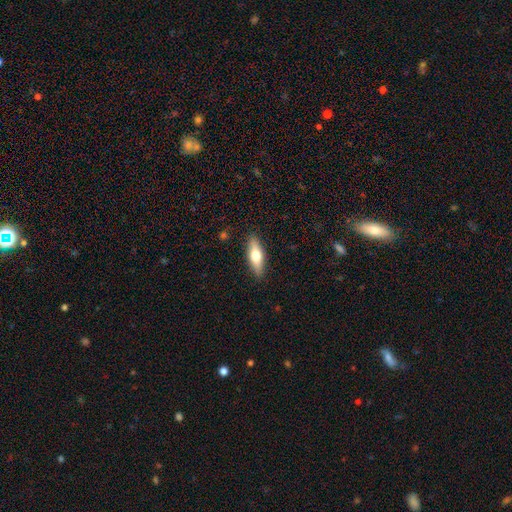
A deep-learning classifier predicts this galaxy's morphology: This is possibly a smooth galaxy (56%). How rounded: possibly in between (50%). Merging: clearly none (89%).